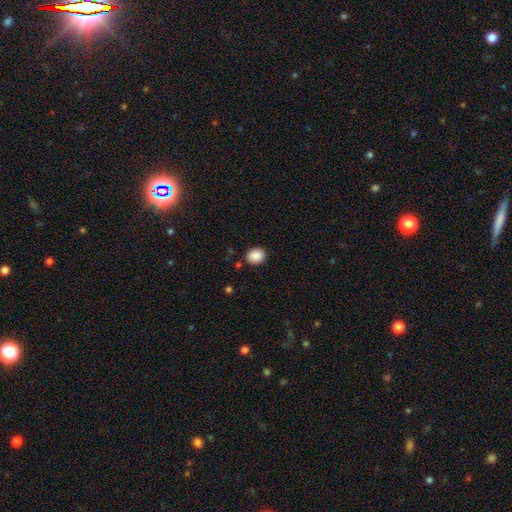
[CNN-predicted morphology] A smooth galaxy with no disk features (89%) that is round (57%).

Vote fractions:
- Smooth or featured? smooth: 89% / star or artifact: 8% / featured or disk: 3%
- How rounded? round: 57% / in between: 42% / cigar-shaped: 1%
- Merging? none: 87% / minor disturbance: 9% / major disturbance: 2% / merger: 2%